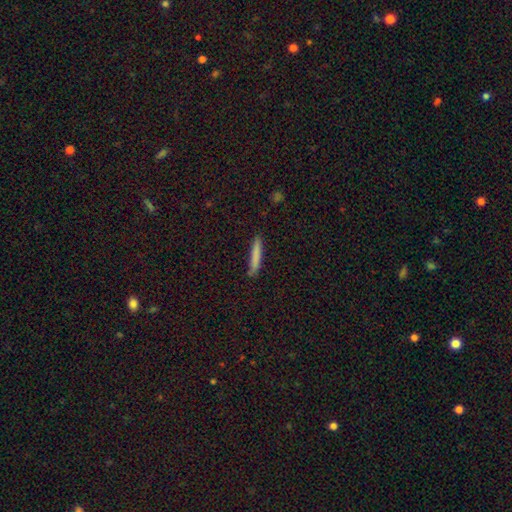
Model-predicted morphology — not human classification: Smooth or featured? Predicted: smooth (p=0.80). How rounded? Predicted: cigar-shaped (p=0.94). Merging? Predicted: none (p=0.87).